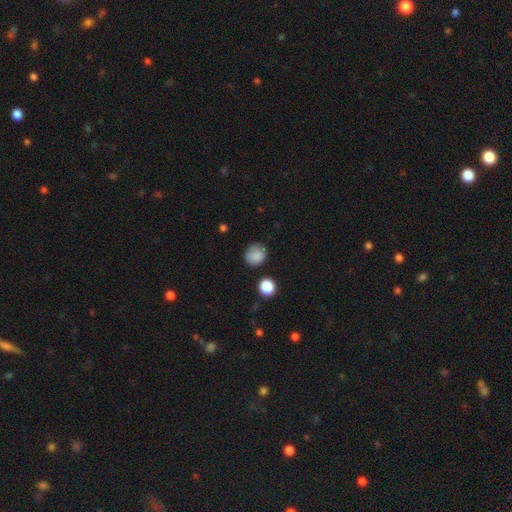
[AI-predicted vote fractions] Smooth or featured? Predicted: smooth (p=0.84). How rounded? Predicted: round (p=0.72). Merging? Predicted: none (p=0.72).